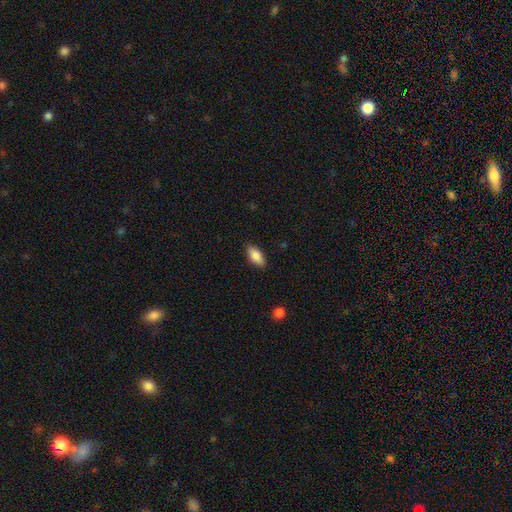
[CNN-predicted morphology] Smooth or featured: smooth — 85% (featured or disk — 9%)
How rounded: in between — 88% (cigar-shaped — 10%)
Merging: none — 87% (minor disturbance — 10%)